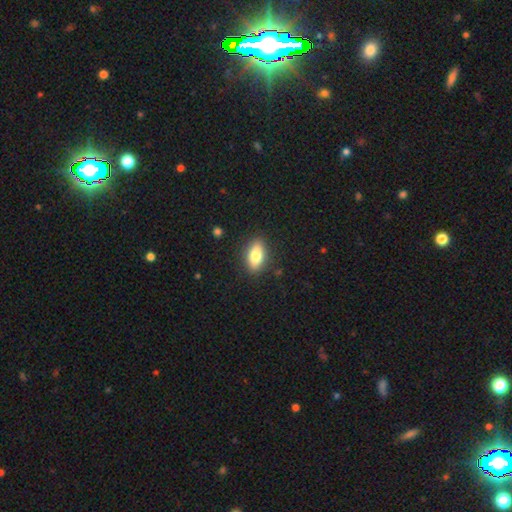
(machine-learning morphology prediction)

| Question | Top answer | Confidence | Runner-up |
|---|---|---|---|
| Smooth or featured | smooth | 78% | featured or disk (15%) |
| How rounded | in between | 85% | cigar-shaped (9%) |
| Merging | none | 88% | minor disturbance (9%) |